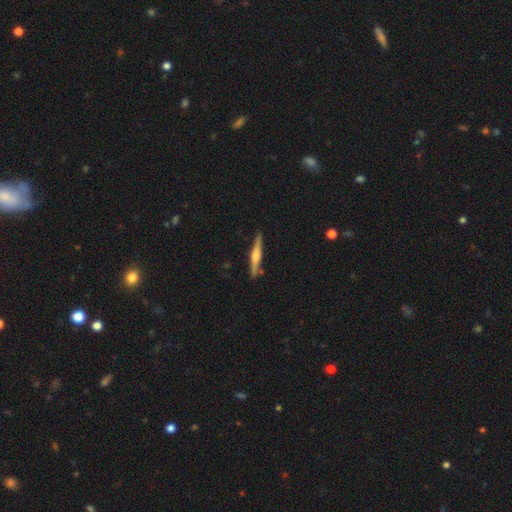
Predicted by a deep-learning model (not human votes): The model was most divided on "smooth or featured": featured or disk: 67%, smooth: 27%, star or artifact: 6%. More confident: edge-on disk — yes (97%); merging — none (87%); edge-on bulge — rounded (82%).